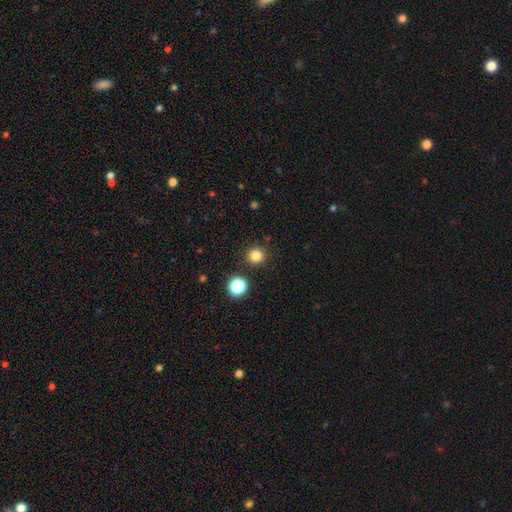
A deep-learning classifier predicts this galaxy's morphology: Smooth or featured? Predicted: smooth (p=0.82). How rounded? Predicted: round (p=0.93). Merging? Predicted: none (p=0.90).